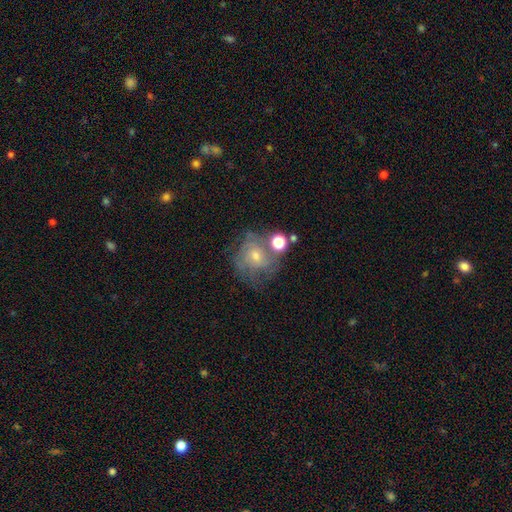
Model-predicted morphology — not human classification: smooth-or-featured: featured or disk: 56% | smooth: 30% | star or artifact: 14%
  disk-edge-on: no: 97% | yes: 3%
    bar: no: 72% | weak: 24% | strong: 4%
    has-spiral-arms: yes: 77% | no: 23%
    bulge-size: small: 55% | moderate: 38% | none: 3% | large: 2% | dominant: 1%
  merging: none: 55% | minor disturbance: 20% | major disturbance: 14% | merger: 12%